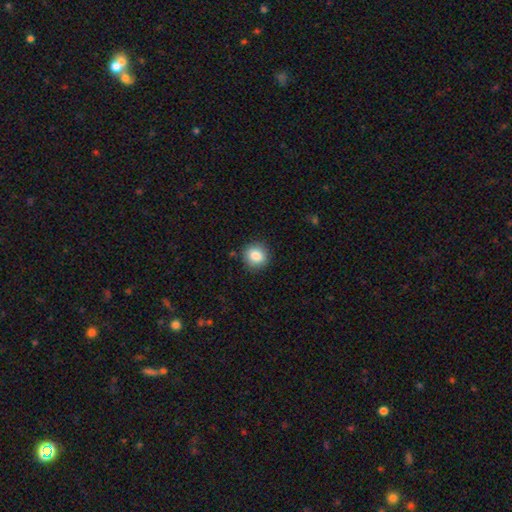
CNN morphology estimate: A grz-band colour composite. It shows a smooth galaxy with no disk features (85%) that is round (87%). Merging: none (88%).